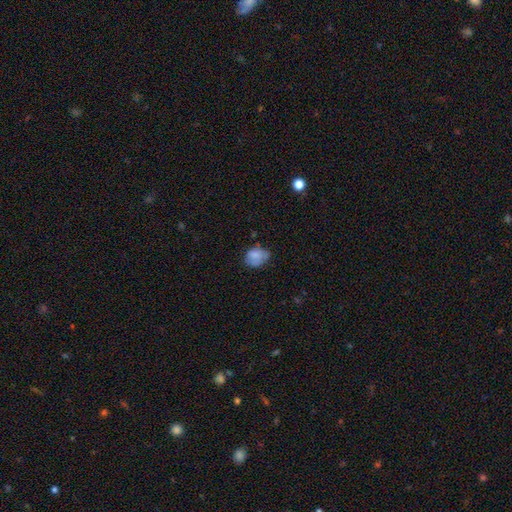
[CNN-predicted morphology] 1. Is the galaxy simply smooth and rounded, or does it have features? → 75% smooth, 15% featured or disk, 9% star or artifact.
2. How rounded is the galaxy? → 58% in between, 41% round, 1% cigar-shaped.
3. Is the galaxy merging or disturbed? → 50% none, 35% minor disturbance, 12% major disturbance, 3% merger.